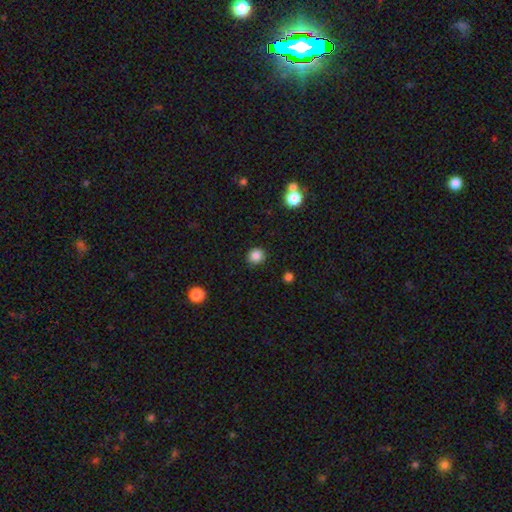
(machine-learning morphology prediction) Q: Smooth or featured?
A: smooth (86%); runner-up: star or artifact (10%)
Q: How rounded?
A: round (89%); runner-up: in between (10%)
Q: Merging?
A: none (90%); runner-up: minor disturbance (7%)